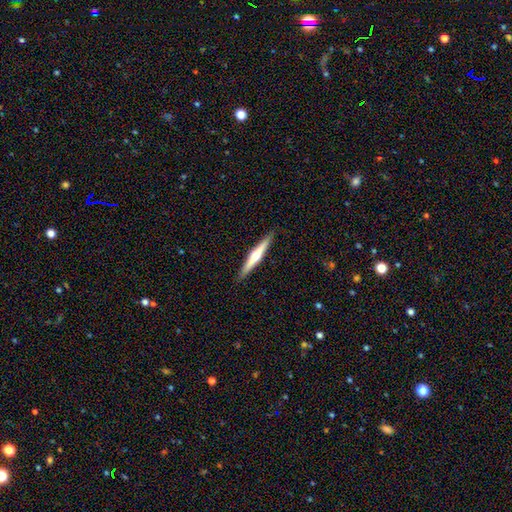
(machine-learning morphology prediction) Q: Smooth or featured?
A: featured or disk (59%); runner-up: smooth (36%)
Q: Edge-on disk?
A: yes (97%); runner-up: no (3%)
Q: Edge-on bulge?
A: rounded (85%); runner-up: none (11%)
Q: Merging?
A: none (91%); runner-up: minor disturbance (7%)